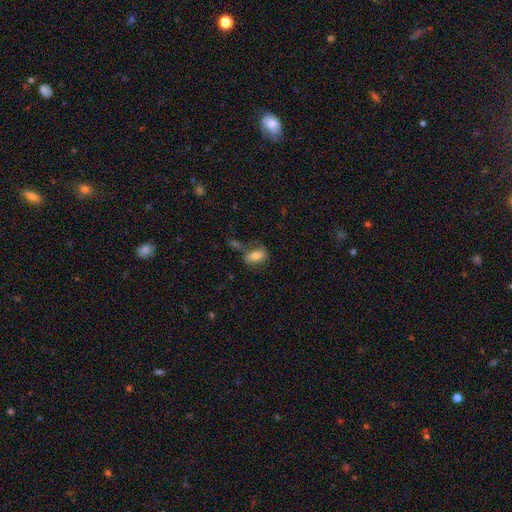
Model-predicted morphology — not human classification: type=smooth (64%); roundness=in between (83%); merging=none (50%).